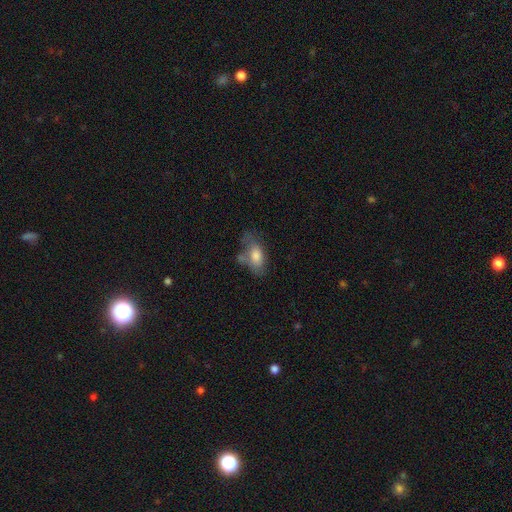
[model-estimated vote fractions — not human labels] Smooth or featured?
  - smooth: 72% *
  - featured or disk: 20%
  - star or artifact: 8%
How rounded?
  - in between: 88% *
  - round: 6%
  - cigar-shaped: 6%
Merging?
  - none: 44% *
  - minor disturbance: 28%
  - major disturbance: 15%
  - merger: 13%